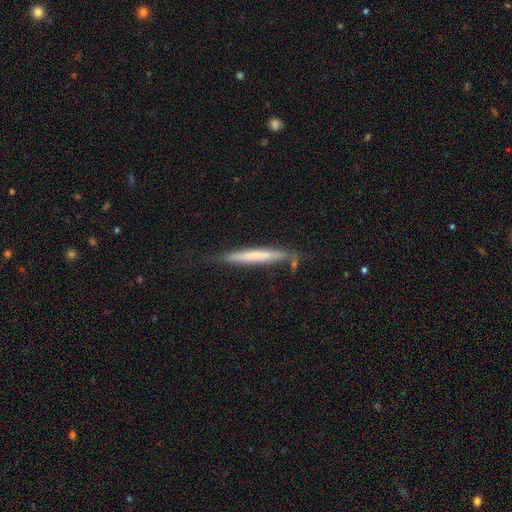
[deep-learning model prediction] smooth 53%, featured or disk 41%, star or artifact 6%. Down the decision tree: how rounded — cigar-shaped (96%); merging — none (66%).